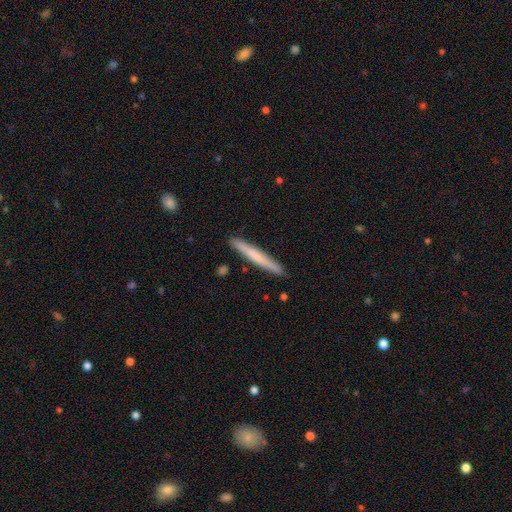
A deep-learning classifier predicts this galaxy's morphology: smooth_or_featured: smooth (p=0.61) [alt: featured or disk p=0.34]
how_rounded: cigar-shaped (p=0.97) [alt: in between p=0.02]
merging: none (p=0.90) [alt: minor disturbance p=0.07]